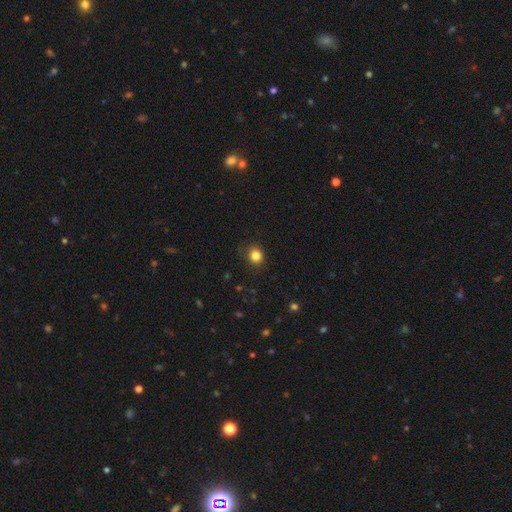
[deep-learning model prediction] Morphology: type=smooth (84%); roundness=round (81%); merging=none (85%).